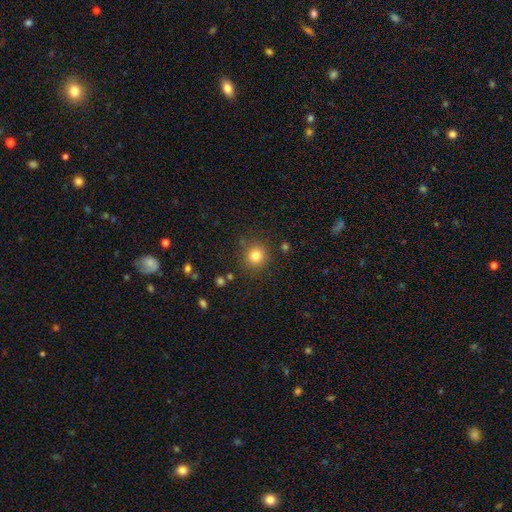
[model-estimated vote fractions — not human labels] smooth-or-featured: smooth: 81% | star or artifact: 13% | featured or disk: 6%
  how-rounded: round: 93% | in between: 6% | cigar-shaped: 1%
  merging: none: 84% | minor disturbance: 10% | major disturbance: 3% | merger: 3%